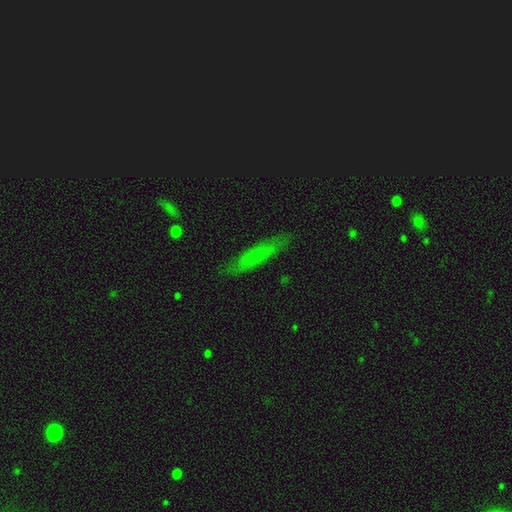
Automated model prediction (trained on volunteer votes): The model was most divided on "smooth or featured": smooth: 58%, featured or disk: 30%, star or artifact: 12%. More confident: merging — none (83%); how rounded — cigar-shaped (79%).